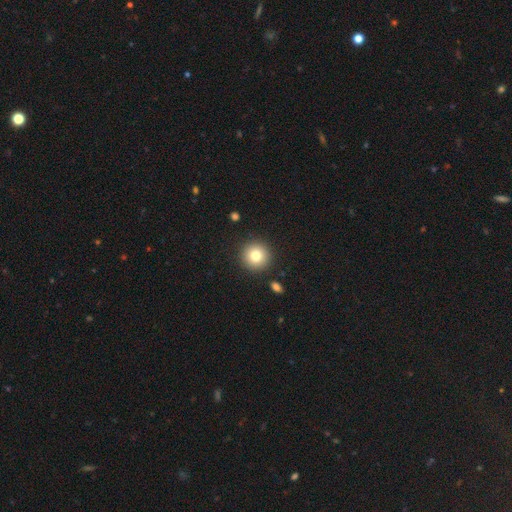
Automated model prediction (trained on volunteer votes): Smooth or featured? smooth (80%)
How rounded? round (95%)
Merging? none (90%)